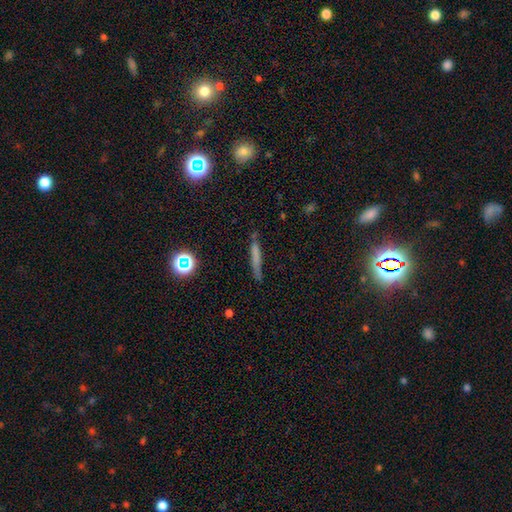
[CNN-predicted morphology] Smooth or featured?
  - smooth: 59% *
  - featured or disk: 27%
  - star or artifact: 14%
How rounded?
  - cigar-shaped: 92% *
  - in between: 5%
  - round: 3%
Merging?
  - none: 79% *
  - minor disturbance: 15%
  - major disturbance: 4%
  - merger: 2%